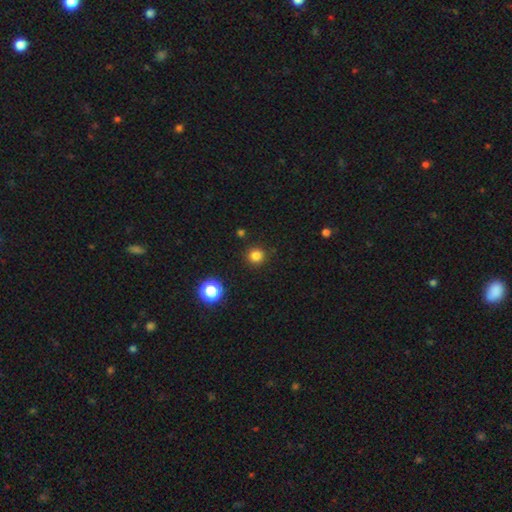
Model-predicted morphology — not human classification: A smooth galaxy with no disk features (81%) that is round (93%).

Vote fractions:
- Smooth or featured? smooth: 81% / star or artifact: 15% / featured or disk: 4%
- How rounded? round: 93% / in between: 6% / cigar-shaped: 1%
- Merging? none: 90% / minor disturbance: 6% / major disturbance: 2% / merger: 2%